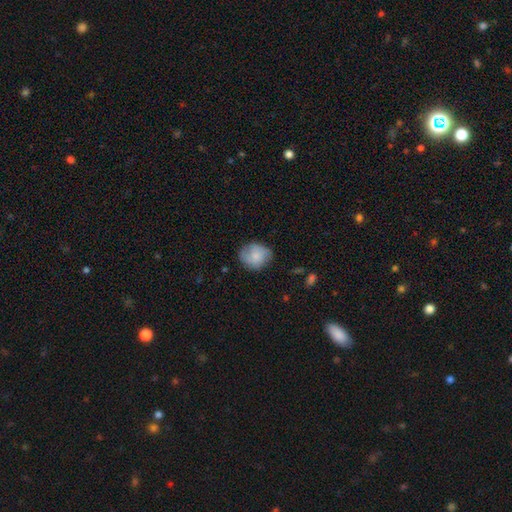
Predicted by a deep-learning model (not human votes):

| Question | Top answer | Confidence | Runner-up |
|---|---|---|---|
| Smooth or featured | smooth | 71% | featured or disk (22%) |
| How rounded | round | 64% | in between (35%) |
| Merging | none | 70% | minor disturbance (23%) |